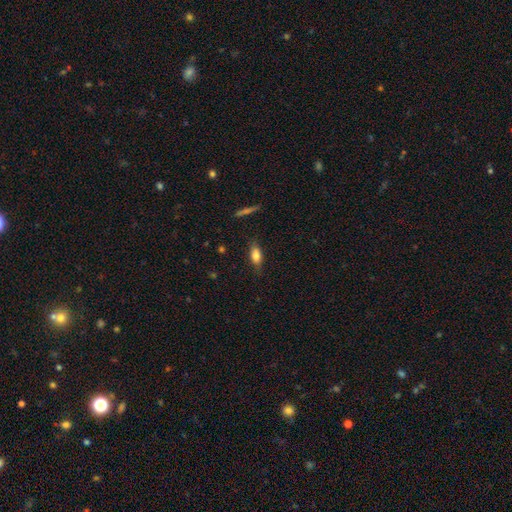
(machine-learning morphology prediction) type=smooth (78%); roundness=in between (80%); merging=none (79%).